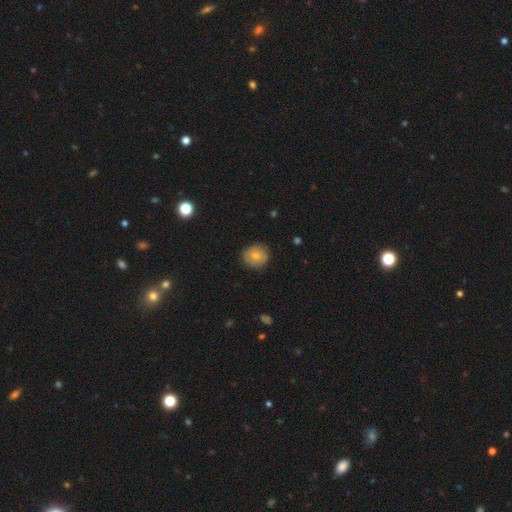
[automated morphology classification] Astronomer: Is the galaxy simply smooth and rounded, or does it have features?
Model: smooth — 72%.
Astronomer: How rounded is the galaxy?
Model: round — 86%.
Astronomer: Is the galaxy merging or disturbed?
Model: none — 84%.